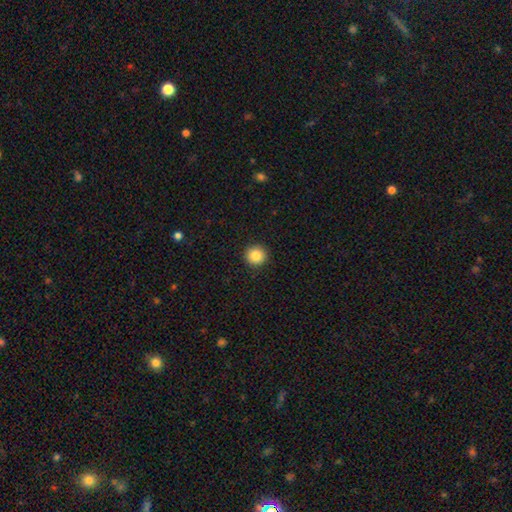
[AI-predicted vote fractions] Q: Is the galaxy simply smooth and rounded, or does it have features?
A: smooth — 85%.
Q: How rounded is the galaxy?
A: round — 95%.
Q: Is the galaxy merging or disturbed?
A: none — 93%.